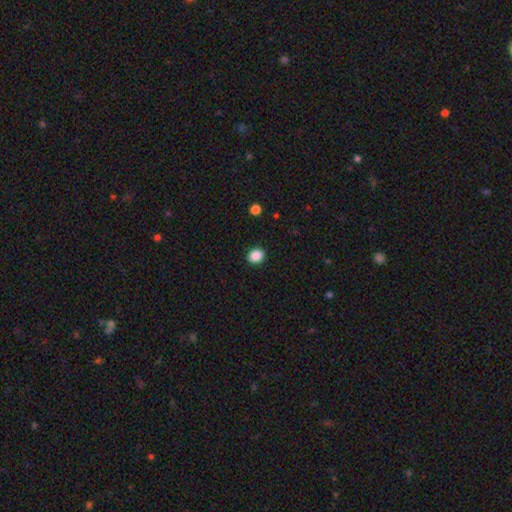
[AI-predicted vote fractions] This is clearly a smooth galaxy (88%). How rounded: possibly round (60%). Merging: clearly none (90%).